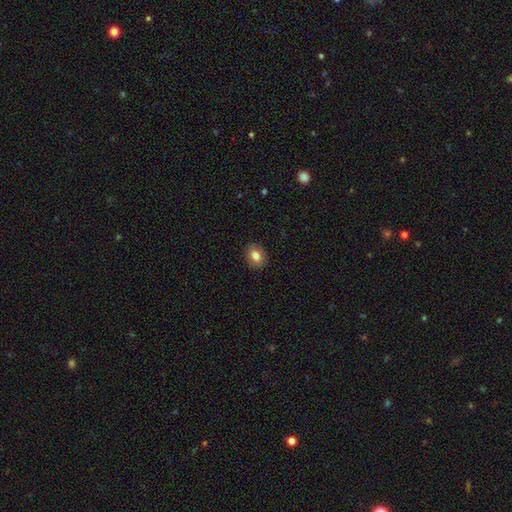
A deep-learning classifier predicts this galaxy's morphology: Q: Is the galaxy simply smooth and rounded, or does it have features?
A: smooth — 79%.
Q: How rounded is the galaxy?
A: in between — 57%.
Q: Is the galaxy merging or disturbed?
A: none — 88%.